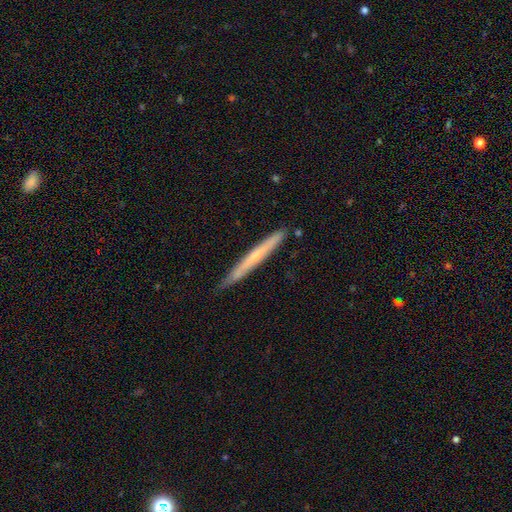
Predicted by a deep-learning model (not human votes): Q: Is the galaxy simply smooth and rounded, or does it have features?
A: featured or disk — 52%.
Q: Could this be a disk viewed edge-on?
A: yes — 95%.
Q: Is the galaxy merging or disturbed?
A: none — 87%.